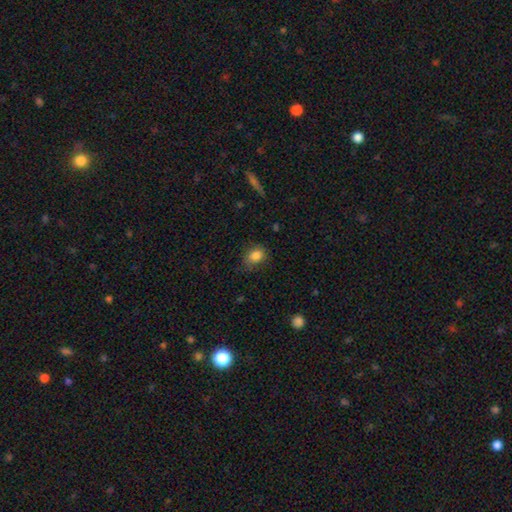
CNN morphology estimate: The model was most divided on "how rounded": in between: 56%, round: 42%, cigar-shaped: 1%. More confident: smooth or featured — smooth (85%); merging — none (66%).